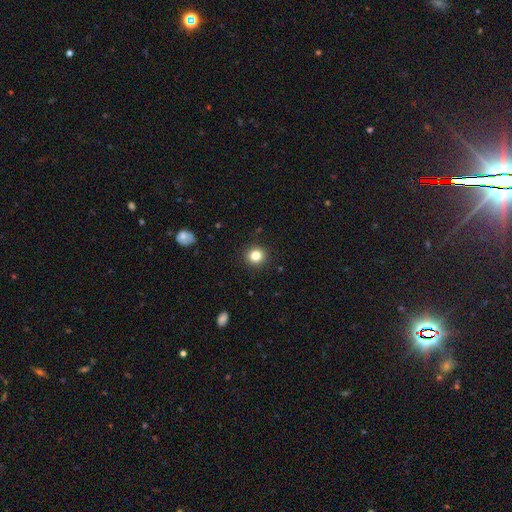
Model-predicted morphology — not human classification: type=smooth (83%); roundness=round (91%); merging=none (92%).